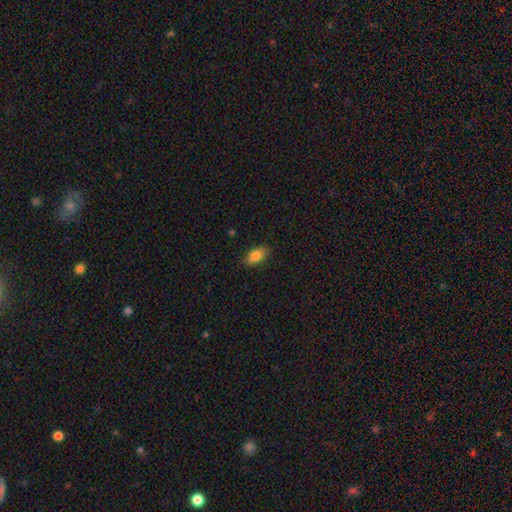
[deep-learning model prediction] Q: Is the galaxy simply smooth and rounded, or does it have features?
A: smooth — 83%.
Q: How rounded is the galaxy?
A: in between — 89%.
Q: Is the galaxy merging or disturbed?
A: none — 81%.